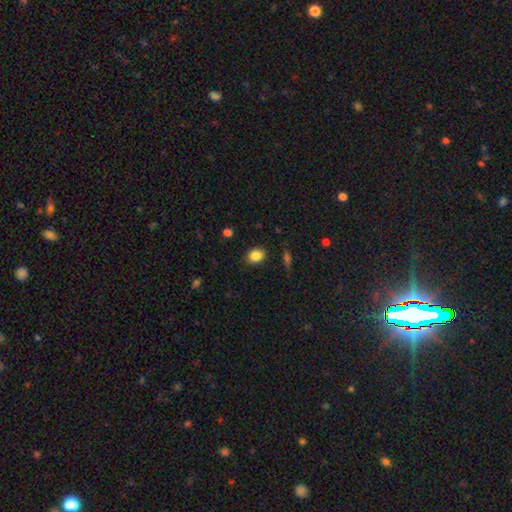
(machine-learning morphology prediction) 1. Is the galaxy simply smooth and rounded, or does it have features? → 85% smooth, 9% star or artifact, 6% featured or disk.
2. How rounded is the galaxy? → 58% in between, 41% round, 1% cigar-shaped.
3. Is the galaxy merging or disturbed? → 84% none, 12% minor disturbance, 3% major disturbance, 1% merger.